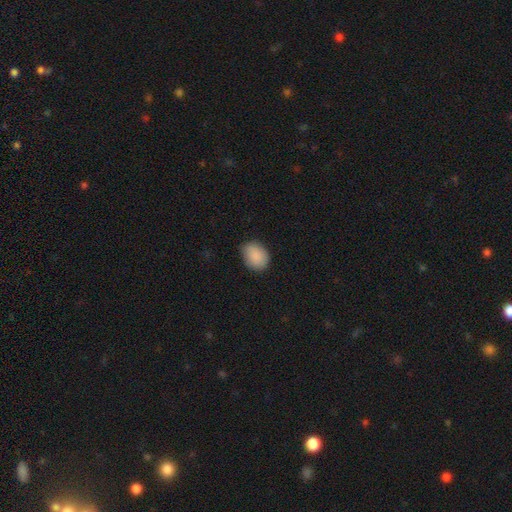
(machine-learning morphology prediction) Smooth or featured? smooth (89%)
How rounded? in between (60%)
Merging? none (78%)